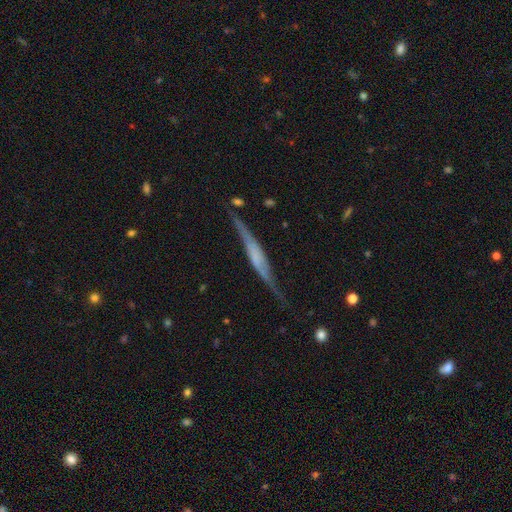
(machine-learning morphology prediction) type=featured or disk (75%); edge-on=yes (93%); edge-on bulge=boxy (43%); merging=none (71%).